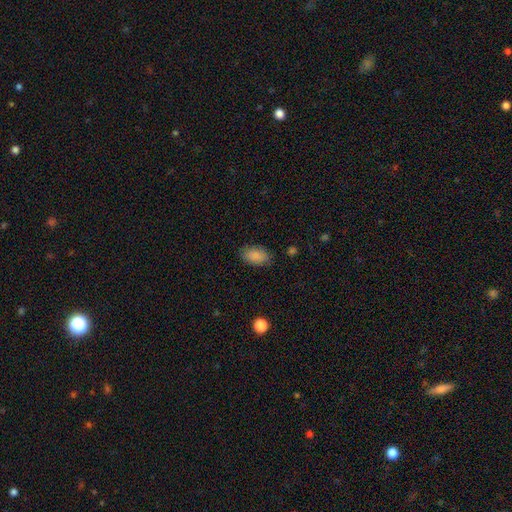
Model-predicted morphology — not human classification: type=smooth (88%); roundness=in between (92%); merging=none (83%).